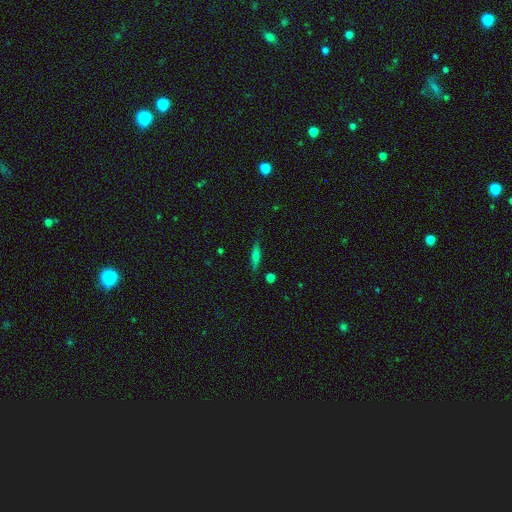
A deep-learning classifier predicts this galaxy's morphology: This is possibly a smooth galaxy (54%). How rounded: clearly cigar-shaped (82%). Merging: clearly none (84%).